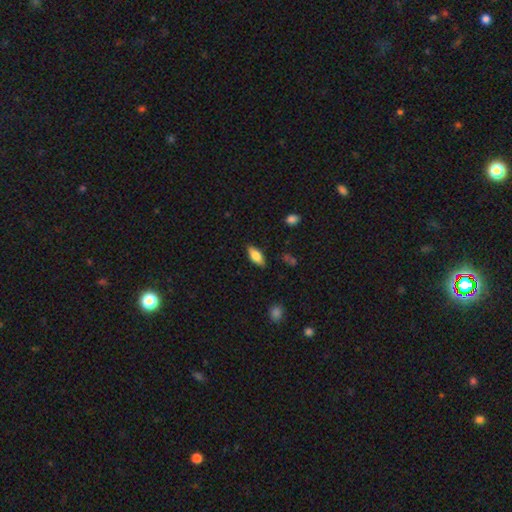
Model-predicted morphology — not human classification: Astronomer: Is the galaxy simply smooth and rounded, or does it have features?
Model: smooth — 73%.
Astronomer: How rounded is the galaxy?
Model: in between — 81%.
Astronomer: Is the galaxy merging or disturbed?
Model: none — 85%.